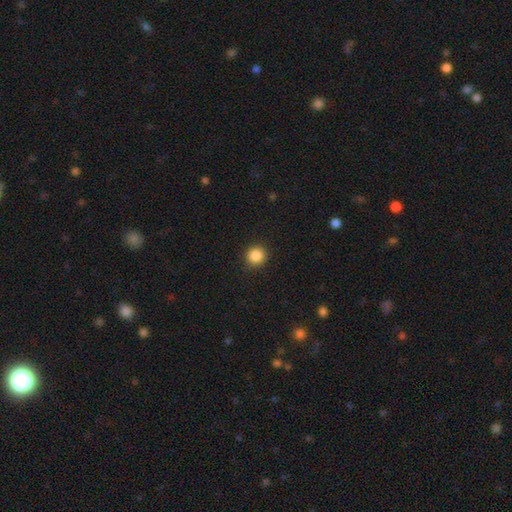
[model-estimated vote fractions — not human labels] Morphology: type=smooth (87%); roundness=round (92%); merging=none (91%).